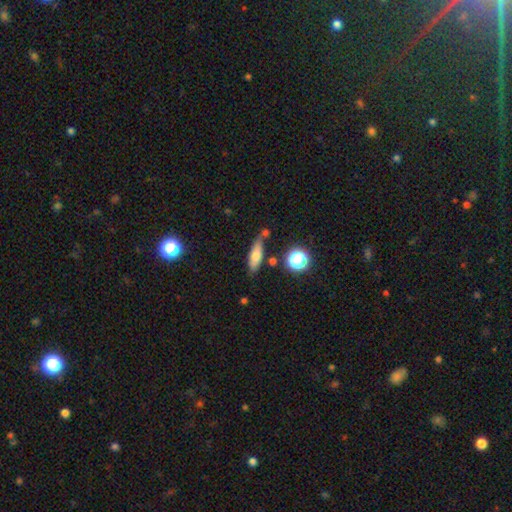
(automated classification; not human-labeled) Smooth or featured? smooth (69%)
How rounded? in between (53%)
Merging? none (63%)